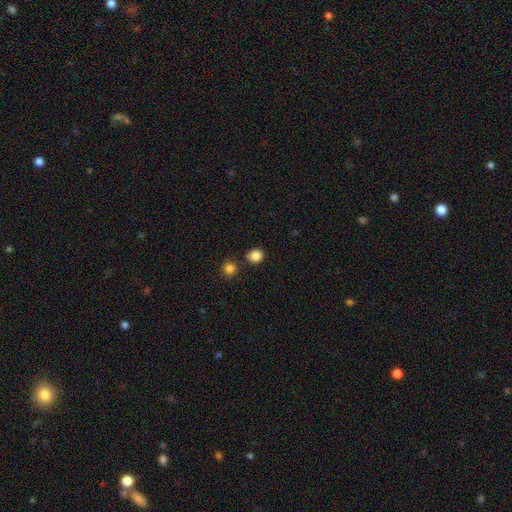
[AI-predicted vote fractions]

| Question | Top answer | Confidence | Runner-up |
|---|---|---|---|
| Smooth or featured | smooth | 86% | star or artifact (10%) |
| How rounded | round | 78% | in between (21%) |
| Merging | none | 81% | minor disturbance (10%) |